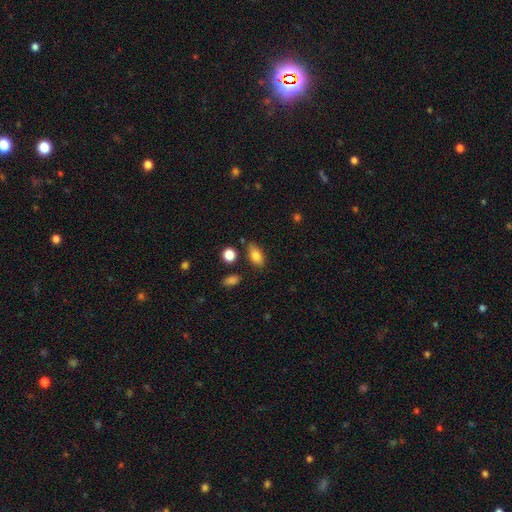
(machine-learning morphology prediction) A smooth galaxy with no disk features (82%) that is in between round and cigar-shaped (85%).

Vote fractions:
- Smooth or featured? smooth: 82% / featured or disk: 10% / star or artifact: 9%
- How rounded? in between: 85% / round: 9% / cigar-shaped: 6%
- Merging? none: 70% / minor disturbance: 20% / merger: 5% / major disturbance: 5%